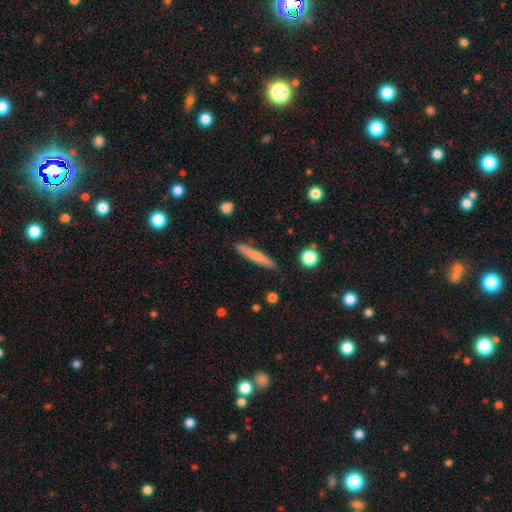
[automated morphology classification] A smooth galaxy with no disk features (68%) that is cigar-shaped (93%).

Vote fractions:
- Smooth or featured? smooth: 68% / featured or disk: 26% / star or artifact: 6%
- How rounded? cigar-shaped: 93% / in between: 5% / round: 2%
- Merging? none: 88% / minor disturbance: 9% / merger: 2% / major disturbance: 2%